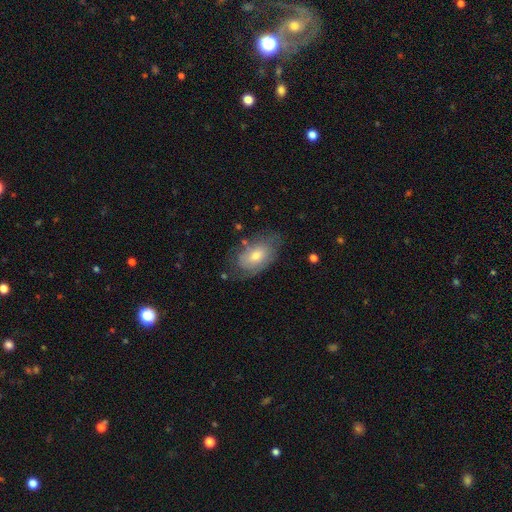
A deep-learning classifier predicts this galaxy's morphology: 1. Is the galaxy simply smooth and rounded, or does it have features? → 54% smooth, 39% featured or disk, 7% star or artifact.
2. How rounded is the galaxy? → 89% in between, 8% round, 2% cigar-shaped.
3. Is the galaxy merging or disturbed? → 62% none, 25% minor disturbance, 10% major disturbance, 3% merger.